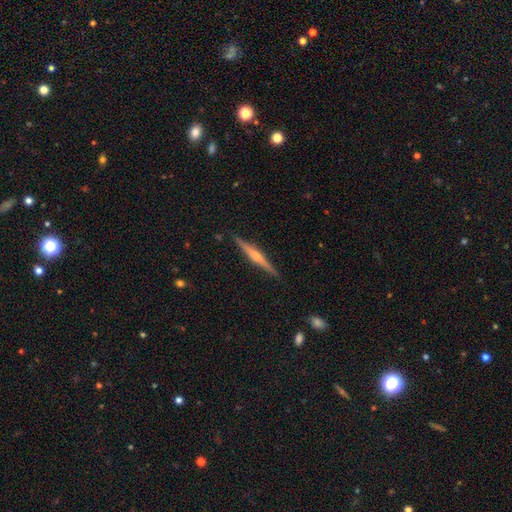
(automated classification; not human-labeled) smooth_or_featured: featured or disk (p=0.75) [alt: smooth p=0.19]
disk_edge_on: yes (p=0.98) [alt: no p=0.02]
edge_on_bulge: rounded (p=0.82) [alt: none p=0.10]
merging: none (p=0.90) [alt: minor disturbance p=0.07]